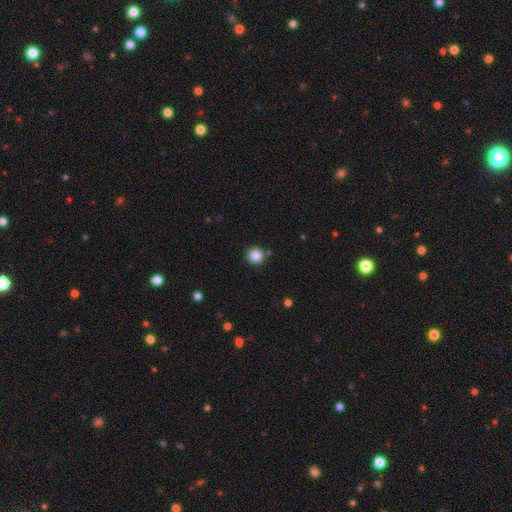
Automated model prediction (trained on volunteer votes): Overall: smooth (86%). How rounded: round (94%). Merging: none (87%).